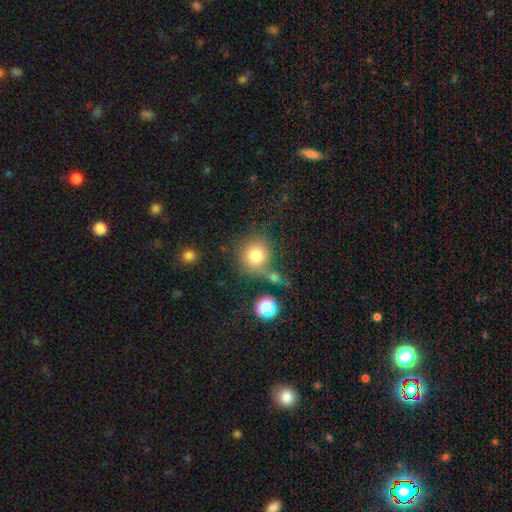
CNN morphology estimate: This is likely a smooth galaxy (79%). How rounded: clearly round (89%). Merging: possibly none (57%).